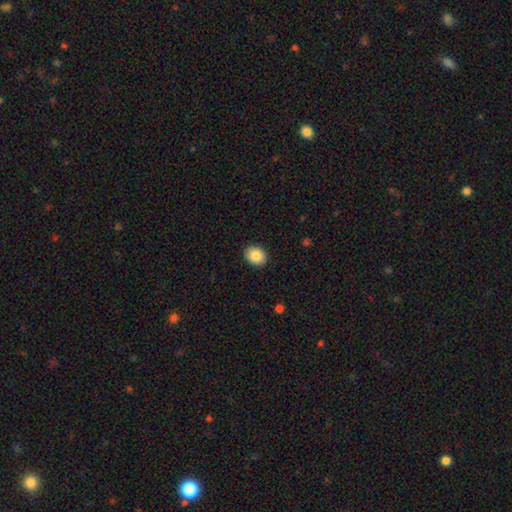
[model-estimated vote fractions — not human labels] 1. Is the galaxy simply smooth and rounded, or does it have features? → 86% smooth, 8% star or artifact, 6% featured or disk.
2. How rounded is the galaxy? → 50% in between, 49% round, 1% cigar-shaped.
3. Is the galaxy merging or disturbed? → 91% none, 7% minor disturbance, 2% major disturbance, 1% merger.